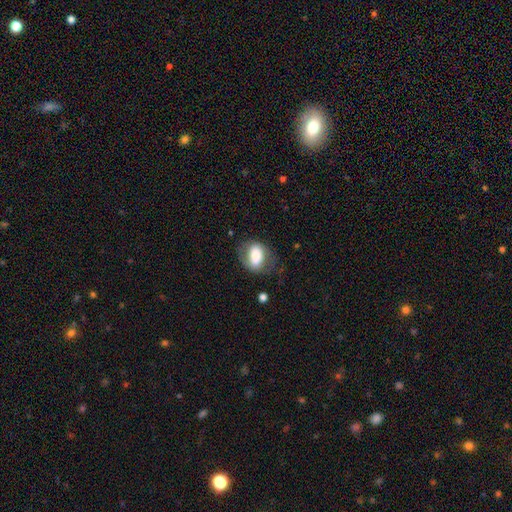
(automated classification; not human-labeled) Smooth or featured? Predicted: smooth (p=0.65). How rounded? Predicted: in between (p=0.76). Merging? Predicted: none (p=0.60).